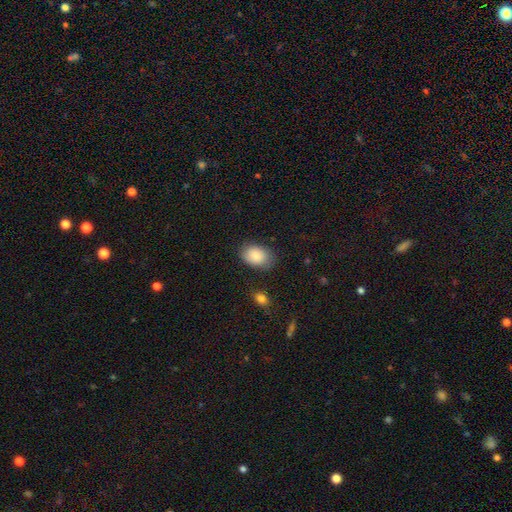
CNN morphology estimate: Smooth or featured?
  - smooth: 86% *
  - star or artifact: 7%
  - featured or disk: 7%
How rounded?
  - in between: 83% *
  - round: 16%
  - cigar-shaped: 1%
Merging?
  - none: 77% *
  - minor disturbance: 17%
  - major disturbance: 4%
  - merger: 2%